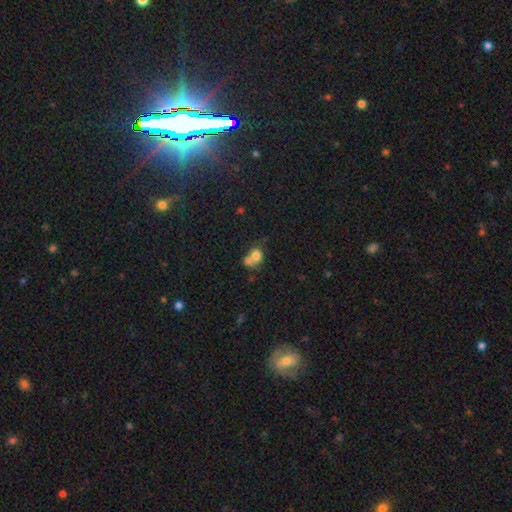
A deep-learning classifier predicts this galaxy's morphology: This is likely a smooth galaxy (74%). How rounded: likely round (60%). Merging: likely merger (61%).